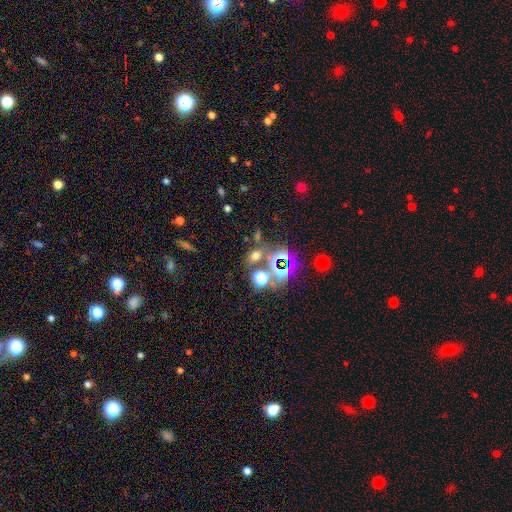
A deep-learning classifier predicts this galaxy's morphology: A smooth galaxy with no disk features (49%). Merging: none (67%).